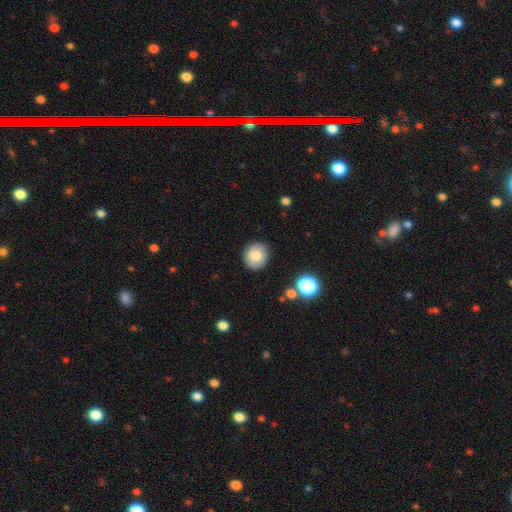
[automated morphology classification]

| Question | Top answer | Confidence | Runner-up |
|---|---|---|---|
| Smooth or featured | smooth | 82% | star or artifact (9%) |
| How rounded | round | 77% | in between (22%) |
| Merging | none | 88% | minor disturbance (9%) |